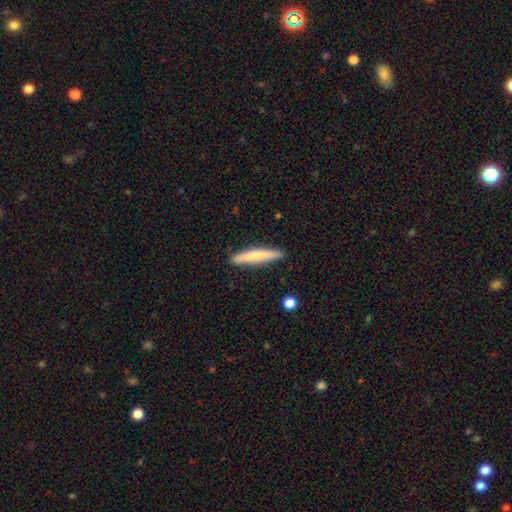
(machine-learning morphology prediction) A smooth galaxy with no disk features (71%) that is cigar-shaped (92%). Merging: none (86%).